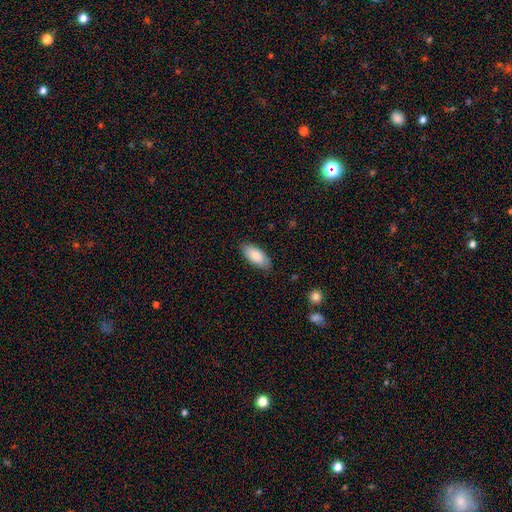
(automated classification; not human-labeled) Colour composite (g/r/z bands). It shows a smooth galaxy with no disk features (84%) that is in between round and cigar-shaped (89%). Merging: none (85%).